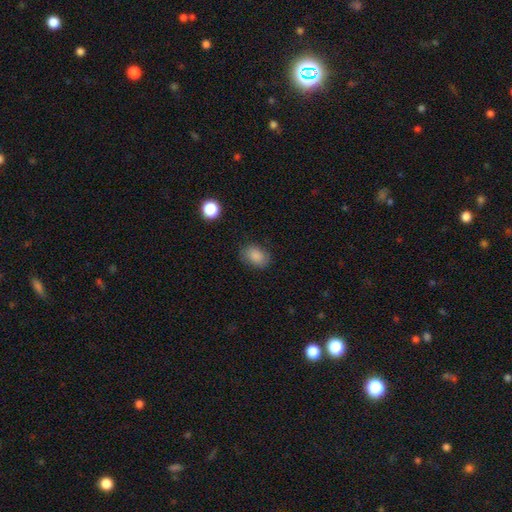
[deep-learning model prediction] This appears to be a smooth galaxy with no disk features (86%) that is in between round and cigar-shaped (75%). Merging: none (81%).